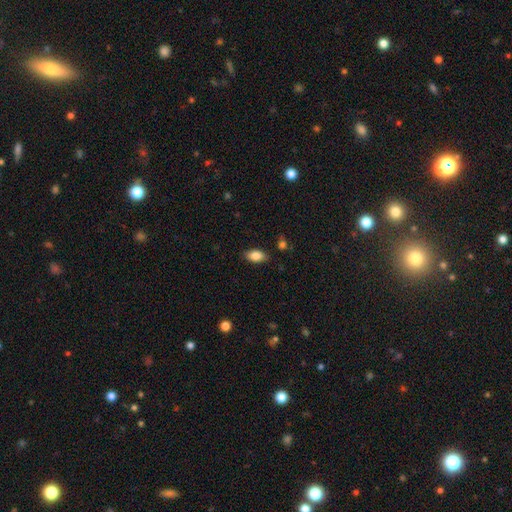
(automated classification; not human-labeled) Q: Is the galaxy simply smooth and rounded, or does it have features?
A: smooth — 85%.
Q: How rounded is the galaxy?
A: in between — 92%.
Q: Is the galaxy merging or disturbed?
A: none — 84%.